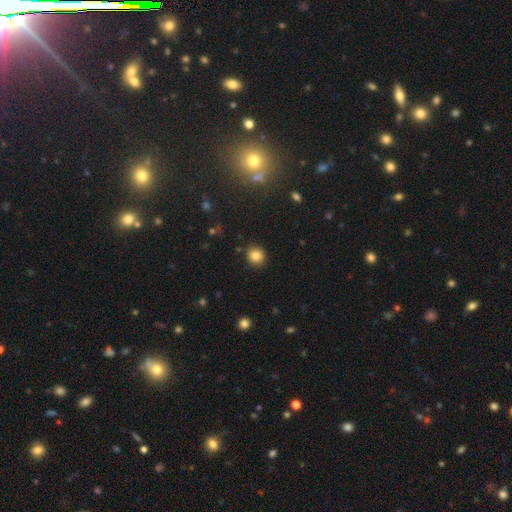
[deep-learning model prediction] smooth-or-featured: smooth: 83% | star or artifact: 11% | featured or disk: 5%
  how-rounded: round: 84% | in between: 15% | cigar-shaped: 1%
  merging: none: 88% | minor disturbance: 8% | major disturbance: 2% | merger: 2%